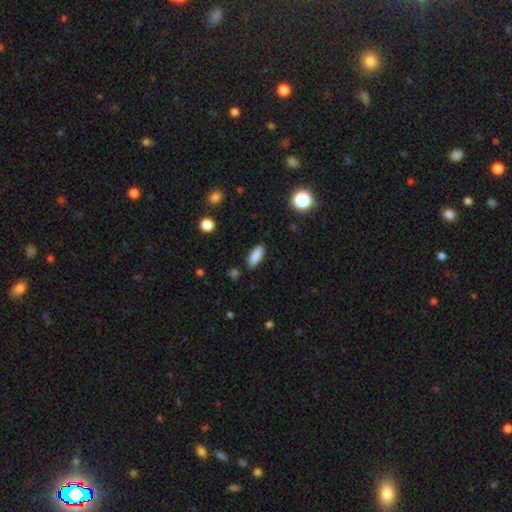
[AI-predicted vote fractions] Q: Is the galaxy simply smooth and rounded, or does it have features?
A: smooth — 87%.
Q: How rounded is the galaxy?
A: in between — 69%.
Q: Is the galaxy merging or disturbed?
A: none — 87%.